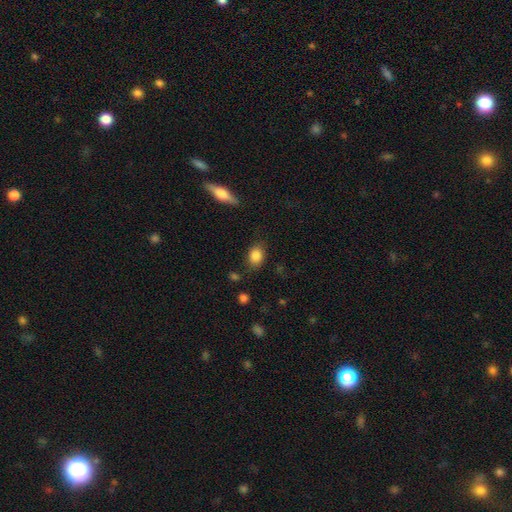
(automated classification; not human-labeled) smooth 85%, star or artifact 9%, featured or disk 6%. Down the decision tree: how rounded — in between (66%); merging — none (79%).